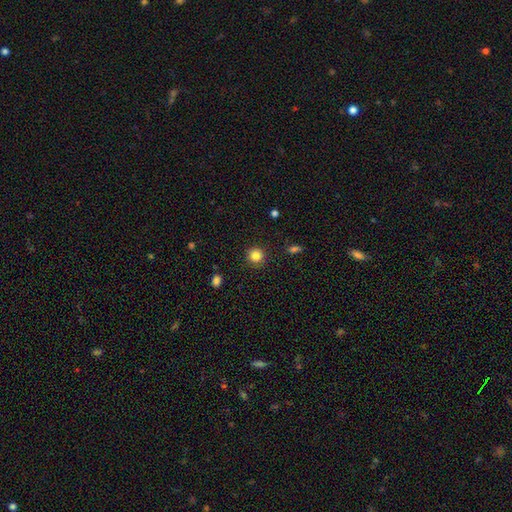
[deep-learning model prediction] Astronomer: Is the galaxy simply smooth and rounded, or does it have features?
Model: smooth — 84%.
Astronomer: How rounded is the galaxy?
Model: round — 93%.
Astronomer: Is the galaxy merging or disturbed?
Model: none — 91%.